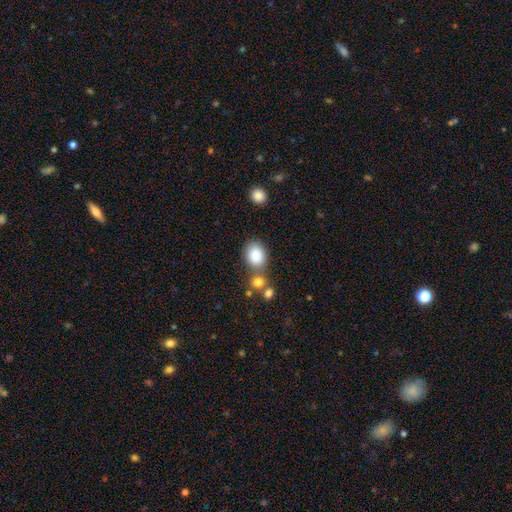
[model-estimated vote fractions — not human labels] smooth-or-featured: smooth: 86% | star or artifact: 8% | featured or disk: 6%
  how-rounded: in between: 58% | round: 41% | cigar-shaped: 1%
  merging: none: 61% | merger: 19% | minor disturbance: 15% | major disturbance: 5%